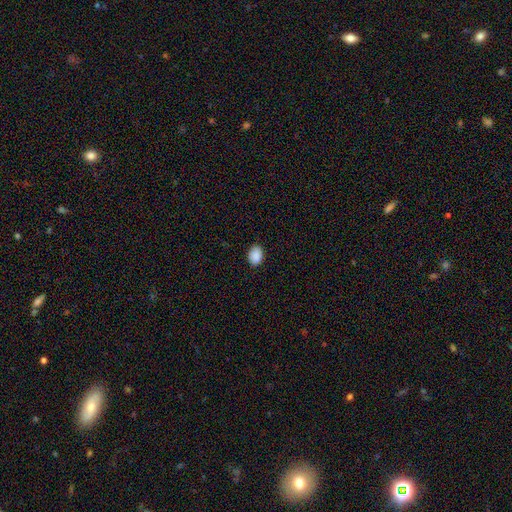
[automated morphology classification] A smooth galaxy with no disk features (90%) that is in between round and cigar-shaped (78%).

Vote fractions:
- Smooth or featured? smooth: 90% / star or artifact: 8% / featured or disk: 3%
- How rounded? in between: 78% / round: 21% / cigar-shaped: 1%
- Merging? none: 87% / minor disturbance: 10% / major disturbance: 2% / merger: 1%